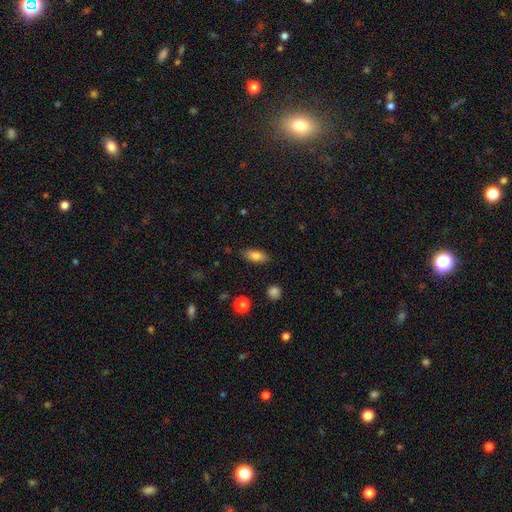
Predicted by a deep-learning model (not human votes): Morphology: type=smooth (82%); roundness=in between (84%); merging=none (86%).